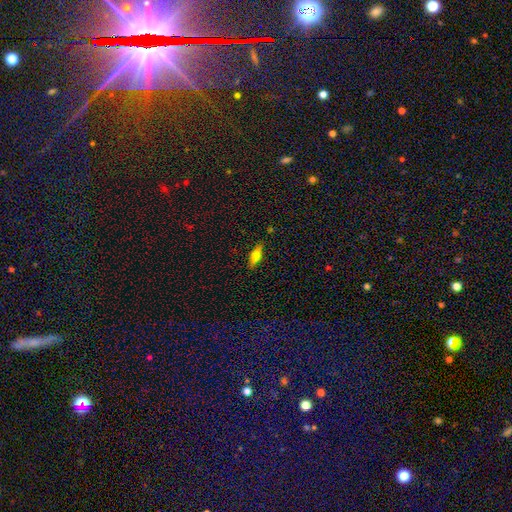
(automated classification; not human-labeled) A smooth galaxy with no disk features (55%) that is cigar-shaped (49%). Merging: none (85%).